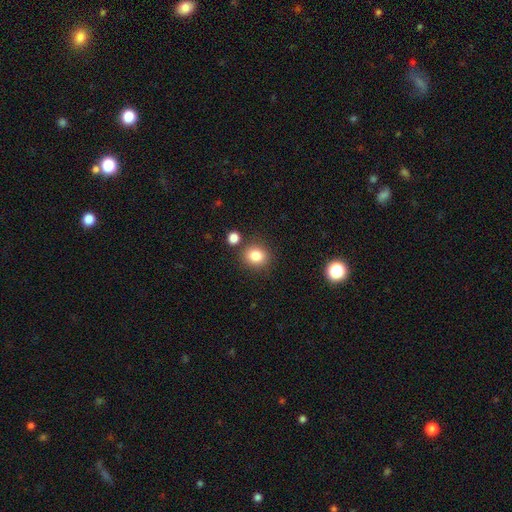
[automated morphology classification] smooth_or_featured: smooth (p=0.83) [alt: star or artifact p=0.11]
how_rounded: round (p=0.78) [alt: in between p=0.21]
merging: none (p=0.80) [alt: minor disturbance p=0.09]